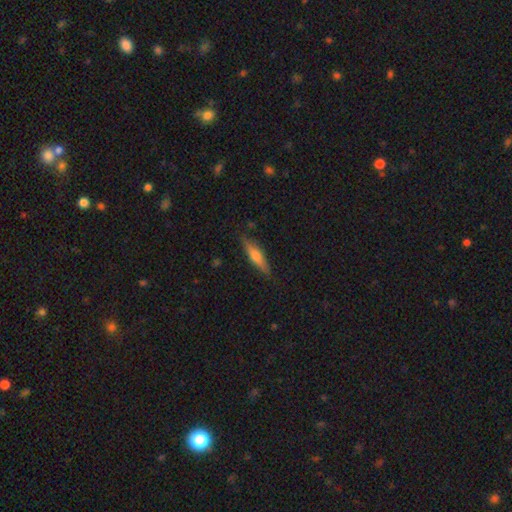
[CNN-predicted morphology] This appears to be a smooth galaxy with no disk features (52%) that is cigar-shaped (72%). Merging: none (84%).